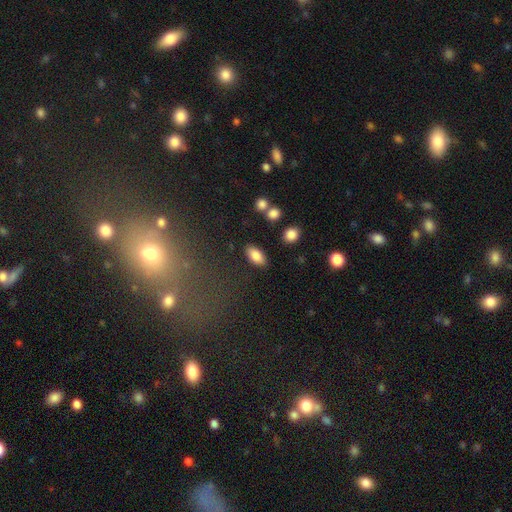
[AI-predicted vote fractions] A smooth galaxy with no disk features (84%) that is in between round and cigar-shaped (92%).

Vote fractions:
- Smooth or featured? smooth: 84% / featured or disk: 8% / star or artifact: 8%
- How rounded? in between: 92% / cigar-shaped: 4% / round: 3%
- Merging? none: 85% / minor disturbance: 9% / merger: 3% / major disturbance: 3%